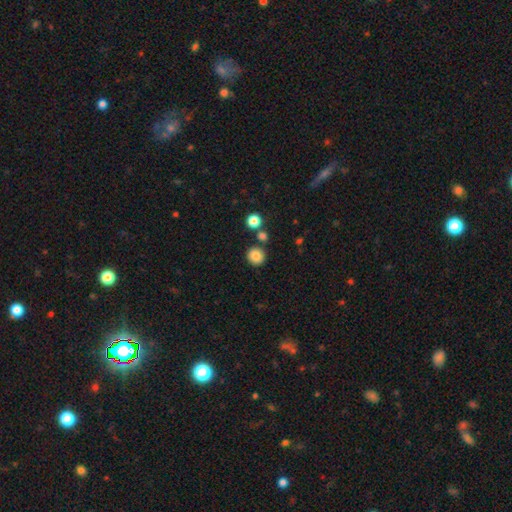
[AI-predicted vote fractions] smooth 84%, star or artifact 11%, featured or disk 5%. Down the decision tree: how rounded — round (92%); merging — none (82%).